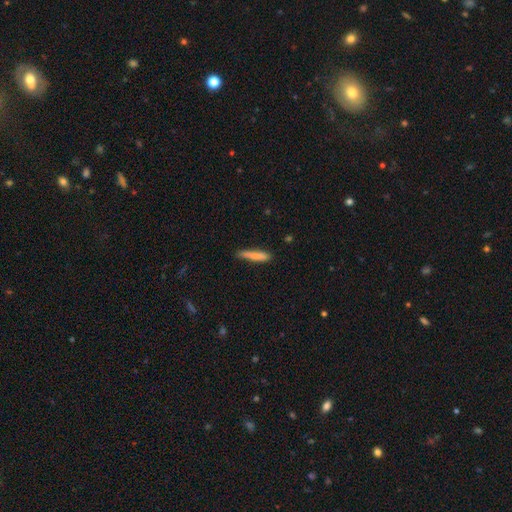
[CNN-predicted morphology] smooth 80%, featured or disk 14%, star or artifact 6%. Down the decision tree: how rounded — cigar-shaped (91%); merging — none (79%).